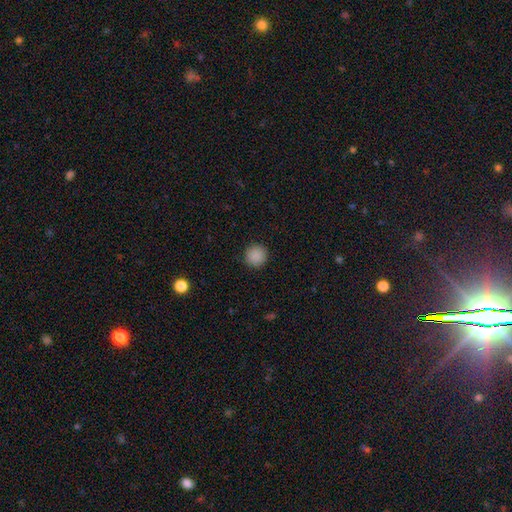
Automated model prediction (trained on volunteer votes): Q: Smooth or featured?
A: smooth (89%); runner-up: star or artifact (9%)
Q: How rounded?
A: round (95%); runner-up: in between (4%)
Q: Merging?
A: none (92%); runner-up: minor disturbance (5%)